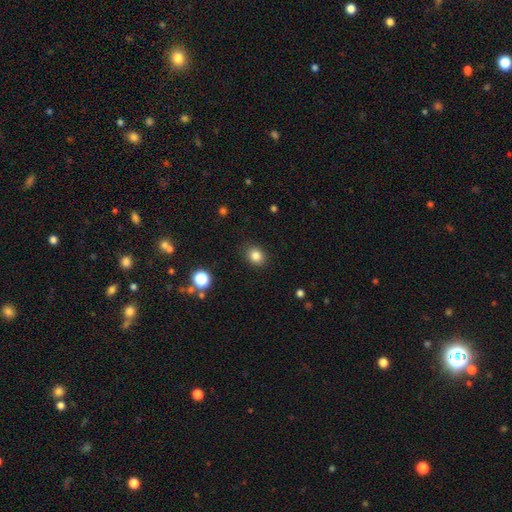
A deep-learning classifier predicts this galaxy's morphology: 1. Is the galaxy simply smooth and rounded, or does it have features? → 83% smooth, 12% star or artifact, 6% featured or disk.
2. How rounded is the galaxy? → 58% round, 41% in between, 1% cigar-shaped.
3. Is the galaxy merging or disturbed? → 88% none, 8% minor disturbance, 2% major disturbance, 1% merger.